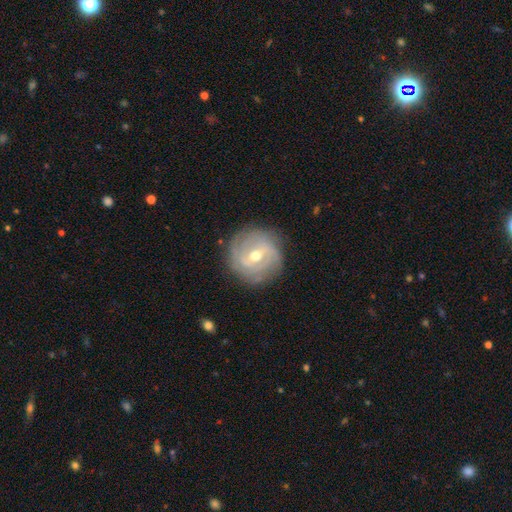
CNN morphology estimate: type=featured or disk (80%); edge-on=no (97%); bar=weak (52%); spiral arms=yes (88%); winding=tight (65%); arm count=can't tell (38%); bulge=moderate (66%); merging=none (83%).